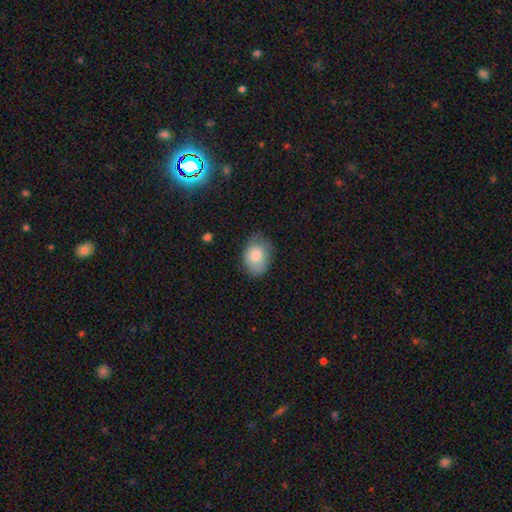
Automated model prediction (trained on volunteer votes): A smooth galaxy with no disk features (81%) that is in between round and cigar-shaped (73%). Merging: none (63%).